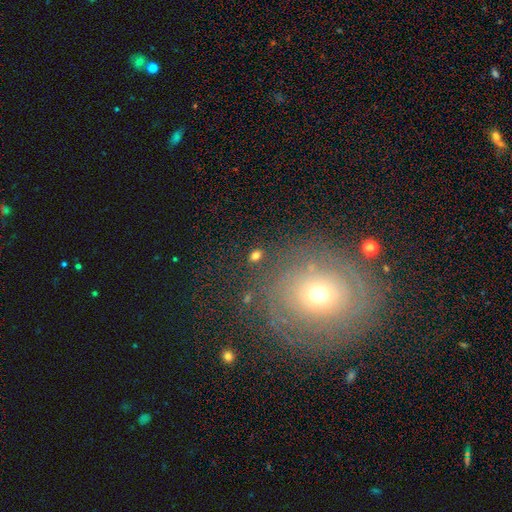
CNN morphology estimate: Smooth or featured: smooth — 73% (star or artifact — 18%)
How rounded: in between — 67% (round — 31%)
Merging: none — 83% (minor disturbance — 9%)